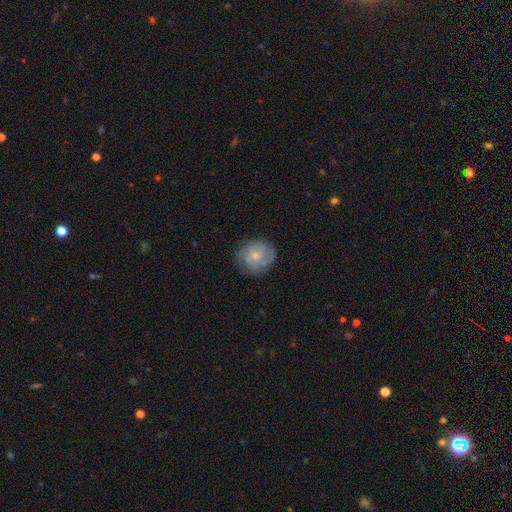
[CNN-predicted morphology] Smooth or featured: smooth — 48% (featured or disk — 45%)
Merging: none — 73% (minor disturbance — 19%)